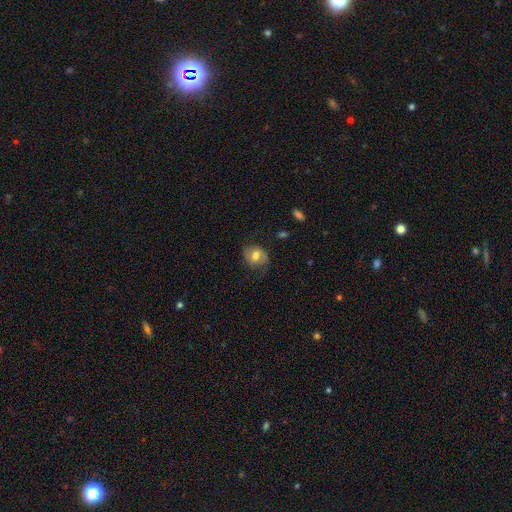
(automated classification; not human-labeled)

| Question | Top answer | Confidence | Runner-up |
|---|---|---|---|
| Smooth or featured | smooth | 55% | featured or disk (37%) |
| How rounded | round | 62% | in between (37%) |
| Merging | none | 69% | minor disturbance (21%) |